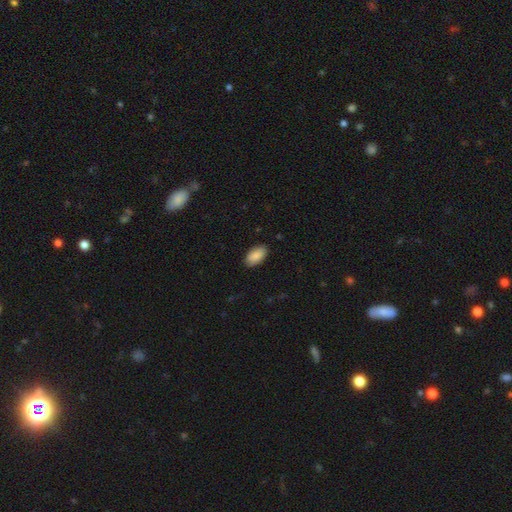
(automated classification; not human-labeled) Smooth or featured? Predicted: smooth (p=0.89). How rounded? Predicted: in between (p=0.95). Merging? Predicted: none (p=0.87).